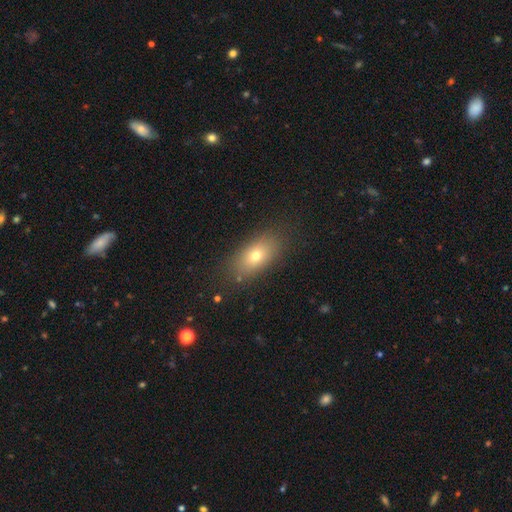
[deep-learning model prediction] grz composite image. It shows a smooth galaxy with no disk features (70%) that is in between round and cigar-shaped (83%). Merging: none (83%).